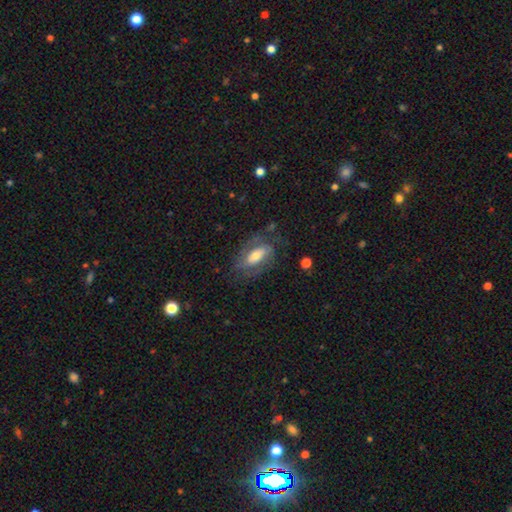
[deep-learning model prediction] smooth_or_featured: featured or disk (p=0.51) [alt: smooth p=0.42]
disk_edge_on: no (p=0.86) [alt: yes p=0.14]
merging: none (p=0.63) [alt: minor disturbance p=0.21]